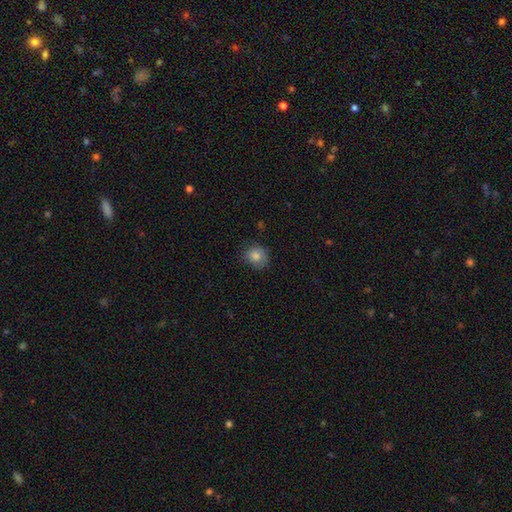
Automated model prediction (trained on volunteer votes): Q: Smooth or featured?
A: smooth (82%); runner-up: star or artifact (10%)
Q: How rounded?
A: round (76%); runner-up: in between (23%)
Q: Merging?
A: none (76%); runner-up: minor disturbance (18%)